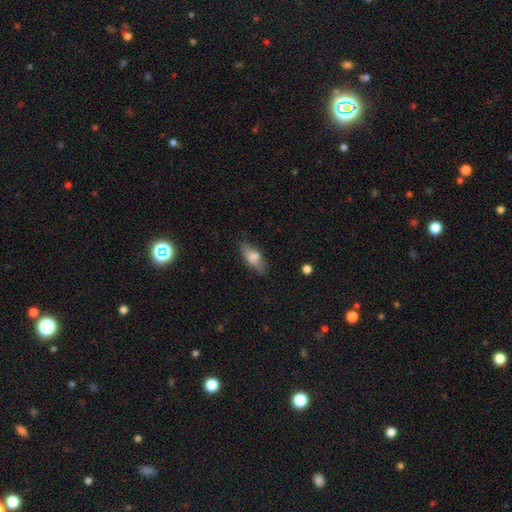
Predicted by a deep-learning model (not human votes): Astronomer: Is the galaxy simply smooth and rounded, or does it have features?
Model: smooth — 69%.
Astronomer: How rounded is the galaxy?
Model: in between — 71%.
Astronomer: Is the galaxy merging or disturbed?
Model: none — 71%.